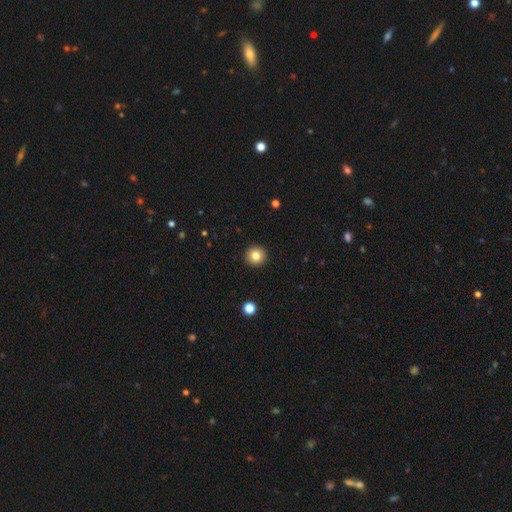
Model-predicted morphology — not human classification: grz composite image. It shows a smooth galaxy with no disk features (82%) that is round (95%). Merging: none (93%).